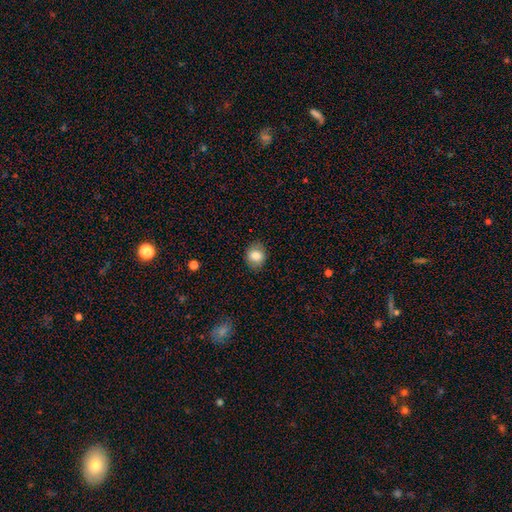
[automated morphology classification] Q: Smooth or featured?
A: smooth (83%); runner-up: star or artifact (9%)
Q: How rounded?
A: round (67%); runner-up: in between (32%)
Q: Merging?
A: none (86%); runner-up: minor disturbance (10%)